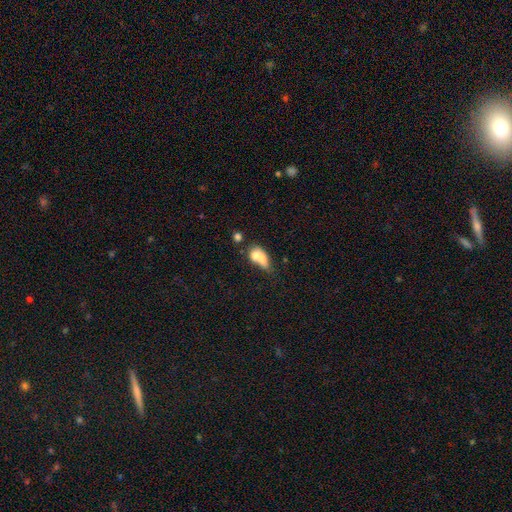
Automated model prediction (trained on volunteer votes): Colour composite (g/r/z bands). It shows a smooth galaxy with no disk features (67%) that is in between round and cigar-shaped (71%). Merging: merger (54%).